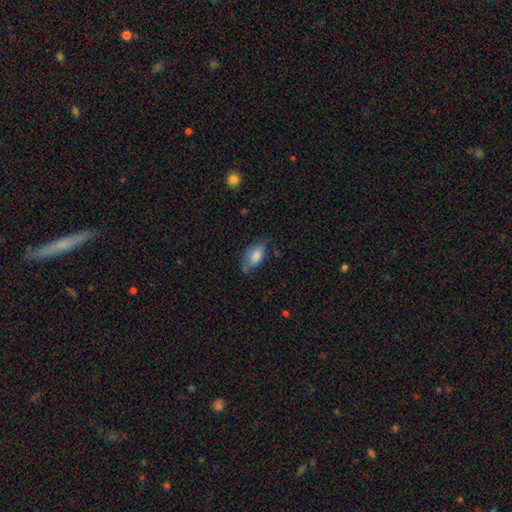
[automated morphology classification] A smooth galaxy with no disk features (78%) that is in between round and cigar-shaped (90%).

Vote fractions:
- Smooth or featured? smooth: 78% / featured or disk: 15% / star or artifact: 7%
- How rounded? in between: 90% / cigar-shaped: 6% / round: 4%
- Merging? none: 55% / minor disturbance: 32% / major disturbance: 9% / merger: 4%